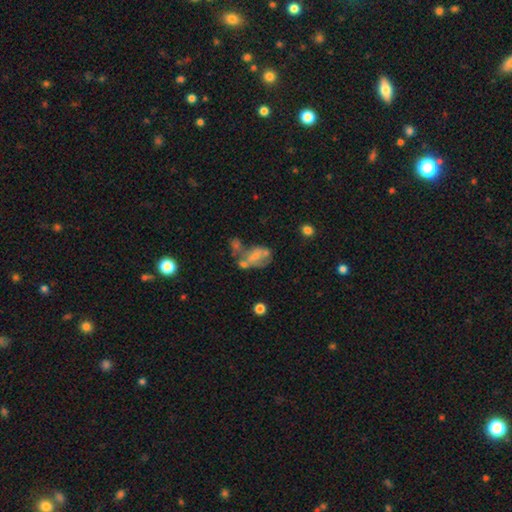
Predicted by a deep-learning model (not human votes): smooth_or_featured: smooth (p=0.46) [alt: featured or disk p=0.40]
merging: merger (p=0.34) [alt: major disturbance p=0.27]